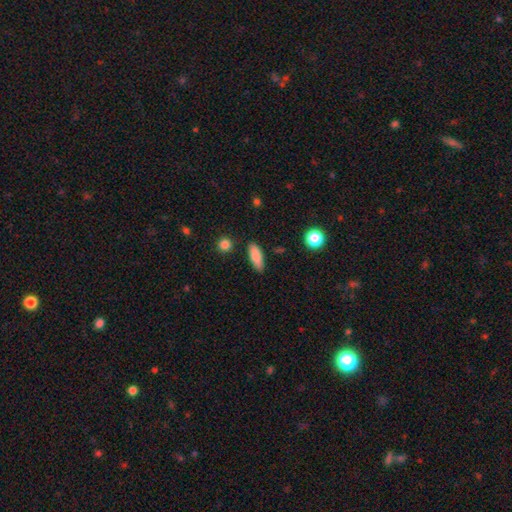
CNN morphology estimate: smooth 85%, featured or disk 8%, star or artifact 7%. Down the decision tree: how rounded — in between (64%); merging — none (83%).